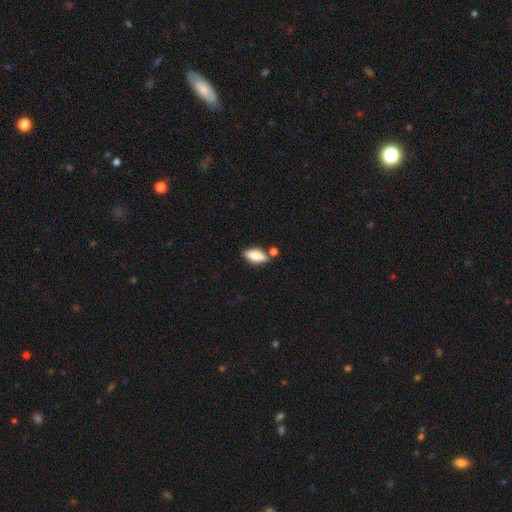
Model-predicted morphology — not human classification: A smooth galaxy with no disk features (80%) that is in between round and cigar-shaped (83%).

Vote fractions:
- Smooth or featured? smooth: 80% / featured or disk: 13% / star or artifact: 7%
- How rounded? in between: 83% / cigar-shaped: 14% / round: 3%
- Merging? none: 67% / merger: 16% / minor disturbance: 14% / major disturbance: 3%